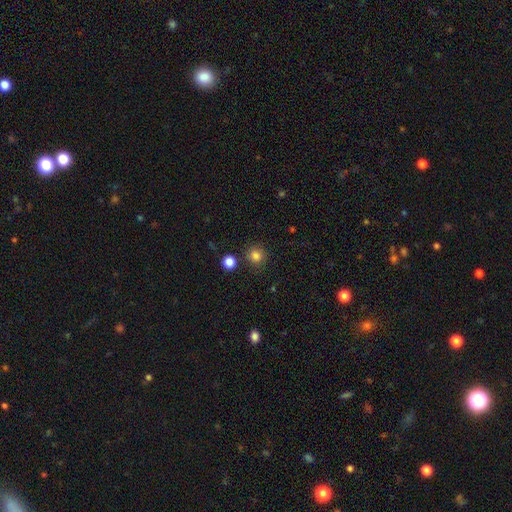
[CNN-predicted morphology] smooth_or_featured: smooth (p=0.82) [alt: star or artifact p=0.12]
how_rounded: round (p=0.86) [alt: in between p=0.13]
merging: none (p=0.80) [alt: minor disturbance p=0.11]